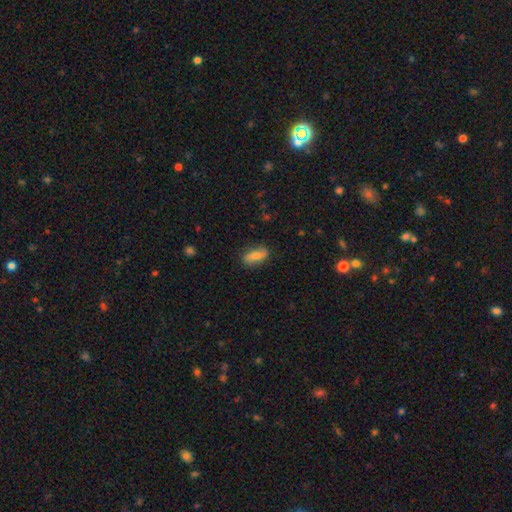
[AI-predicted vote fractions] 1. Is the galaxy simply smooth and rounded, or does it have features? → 64% smooth, 29% featured or disk, 7% star or artifact.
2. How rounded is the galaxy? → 74% in between, 21% cigar-shaped, 5% round.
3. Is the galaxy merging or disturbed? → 82% none, 14% minor disturbance, 3% major disturbance, 1% merger.